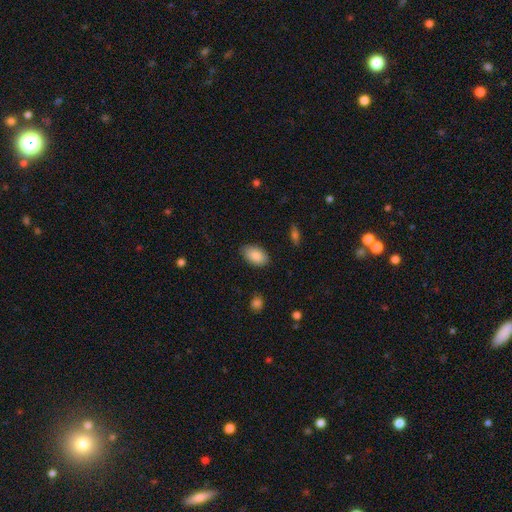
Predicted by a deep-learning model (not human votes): Smooth or featured? Predicted: smooth (p=0.87). How rounded? Predicted: in between (p=0.94). Merging? Predicted: none (p=0.83).